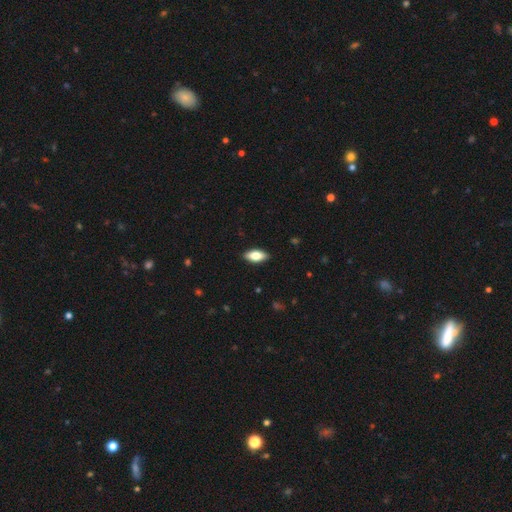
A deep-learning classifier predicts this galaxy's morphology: type=smooth (76%); roundness=in between (87%); merging=none (89%).